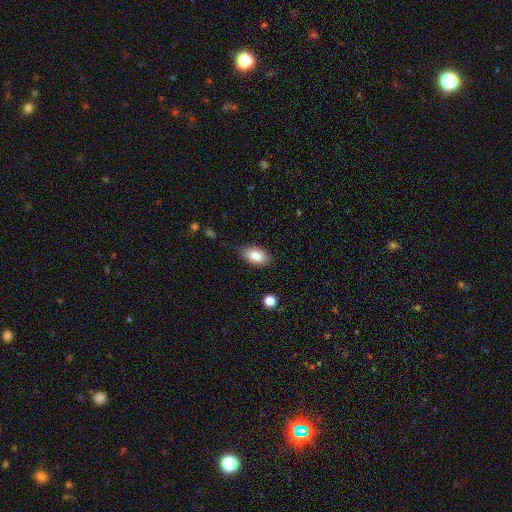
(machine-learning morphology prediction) Smooth or featured: smooth — 84% (featured or disk — 9%)
How rounded: in between — 92% (round — 6%)
Merging: none — 82% (minor disturbance — 14%)